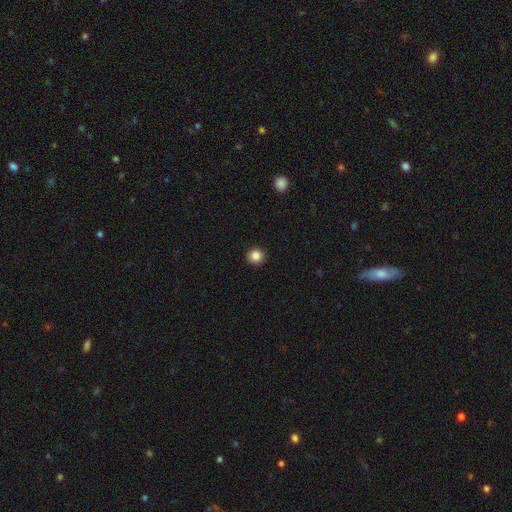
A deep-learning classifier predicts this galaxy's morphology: smooth-or-featured: smooth: 86% | star or artifact: 10% | featured or disk: 4%
  how-rounded: round: 94% | in between: 5% | cigar-shaped: 1%
  merging: none: 93% | minor disturbance: 4% | major disturbance: 1% | merger: 1%